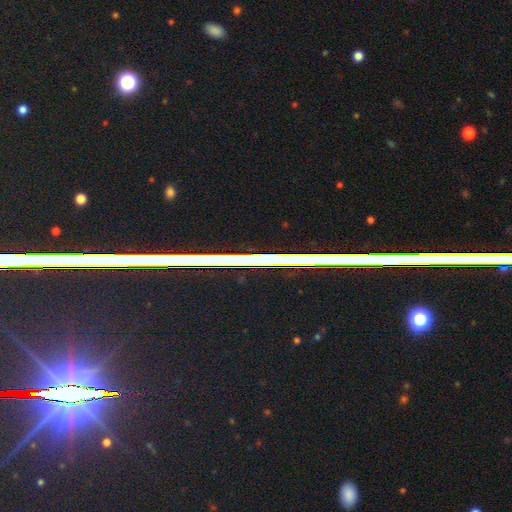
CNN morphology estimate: type=star or artifact (74%).